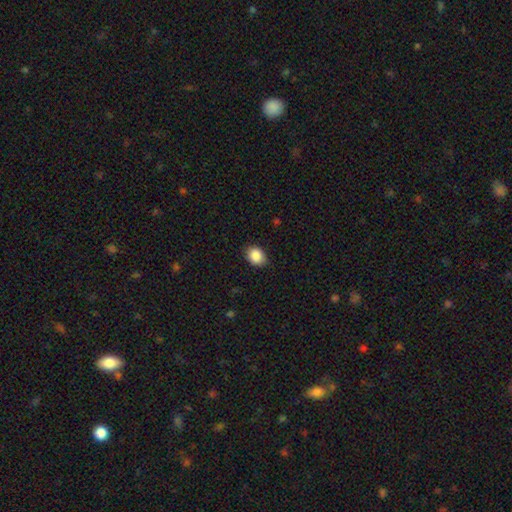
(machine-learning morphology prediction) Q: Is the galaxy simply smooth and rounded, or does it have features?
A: smooth — 88%.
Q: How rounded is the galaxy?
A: in between — 57%.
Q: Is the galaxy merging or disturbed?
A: none — 82%.